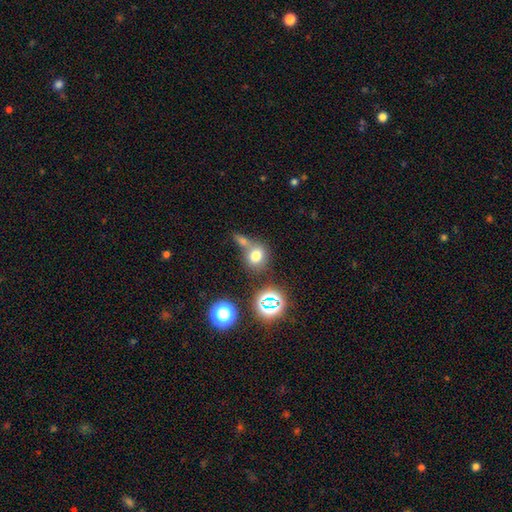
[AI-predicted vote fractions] Q: Smooth or featured?
A: smooth (72%); runner-up: star or artifact (18%)
Q: How rounded?
A: round (66%); runner-up: in between (32%)
Q: Merging?
A: none (51%); runner-up: merger (32%)